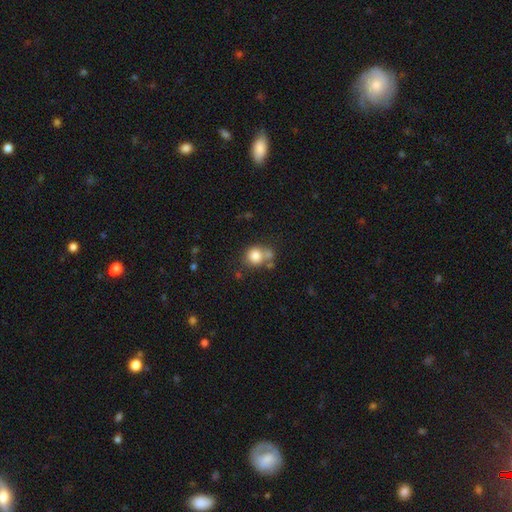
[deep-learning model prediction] Morphology: type=smooth (81%); roundness=round (83%); merging=none (51%).